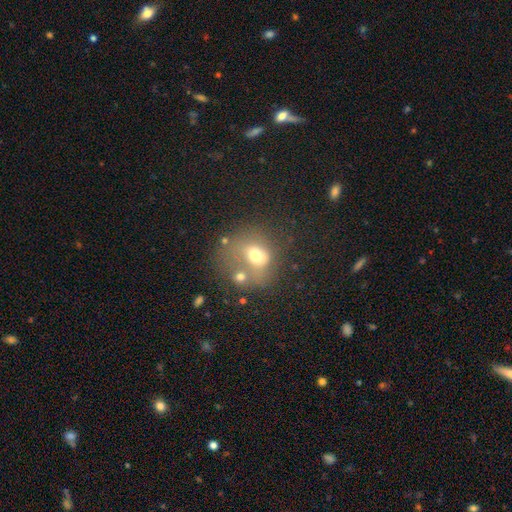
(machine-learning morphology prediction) Overall: smooth (62%; featured or disk 23%). How rounded: round (56%; in between 43%). Merging: none (34%; merger 30%).